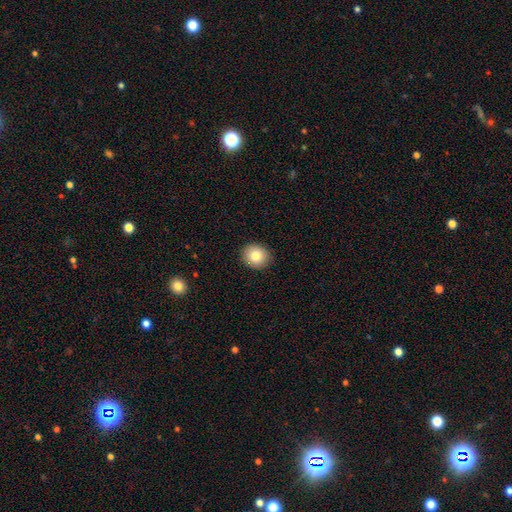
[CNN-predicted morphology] This appears to be a smooth galaxy with no disk features (83%) that is round (76%). Merging: none (91%).